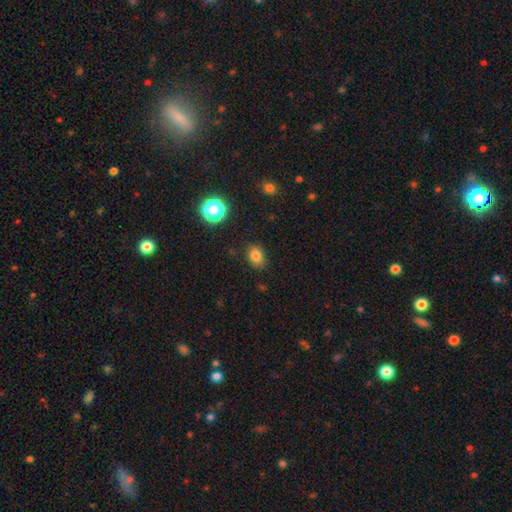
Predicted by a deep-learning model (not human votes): A smooth galaxy with no disk features (81%) that is in between round and cigar-shaped (63%). Merging: none (81%).